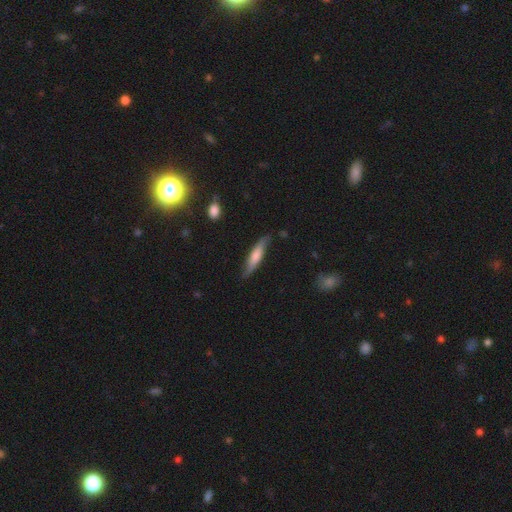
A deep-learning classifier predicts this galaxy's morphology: smooth 53%, featured or disk 41%, star or artifact 6%. Down the decision tree: how rounded — cigar-shaped (82%); merging — none (75%).